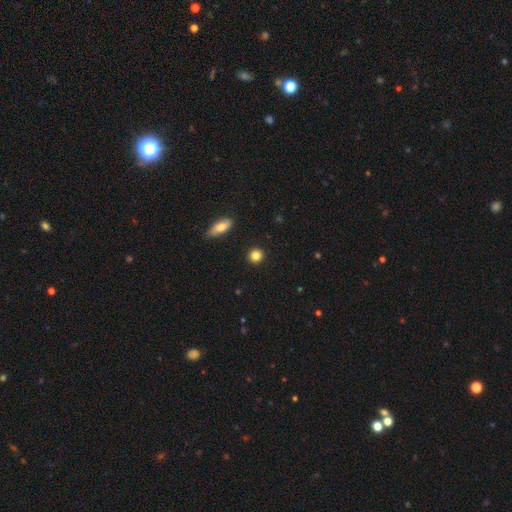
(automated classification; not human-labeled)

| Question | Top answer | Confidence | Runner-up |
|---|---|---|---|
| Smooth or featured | smooth | 85% | star or artifact (10%) |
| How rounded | round | 90% | in between (9%) |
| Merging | none | 91% | minor disturbance (5%) |